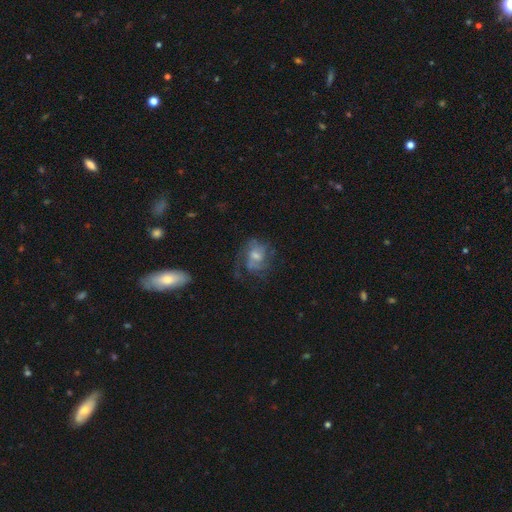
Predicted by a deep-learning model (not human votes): featured or disk 63%, smooth 28%, star or artifact 9%. Down the decision tree: edge-on disk — no (97%); bar — no (56%); spiral arms — yes (76%); bulge size — moderate (43%); merging — none (48%).